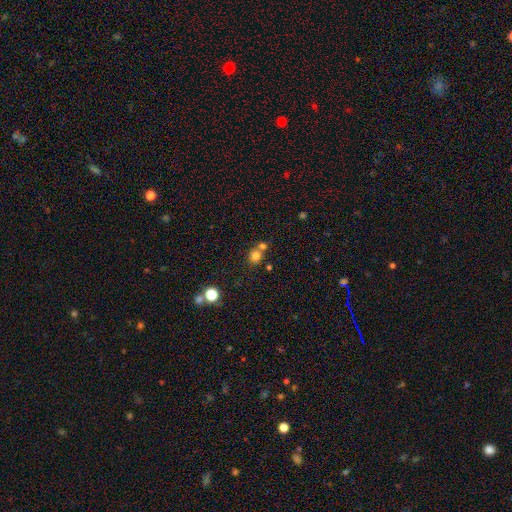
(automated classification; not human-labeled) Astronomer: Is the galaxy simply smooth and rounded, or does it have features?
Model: smooth — 77%.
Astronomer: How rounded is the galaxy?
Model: round — 83%.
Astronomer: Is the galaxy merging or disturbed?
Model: none — 54% (runner-up: merger, 35%).